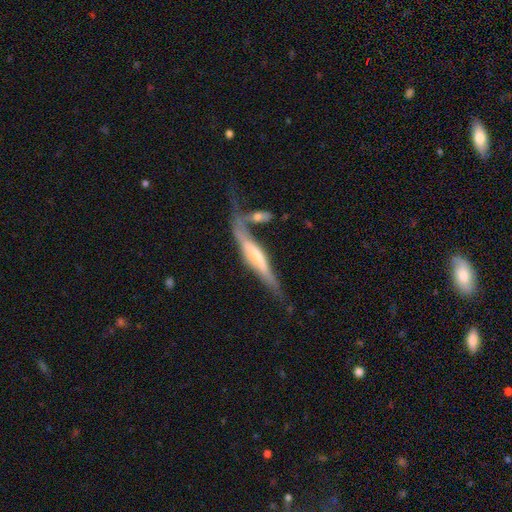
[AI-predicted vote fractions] featured or disk 68%, smooth 26%, star or artifact 6%. Down the decision tree: edge-on disk — yes (84%); edge-on bulge — rounded (59%); merging — none (34%).